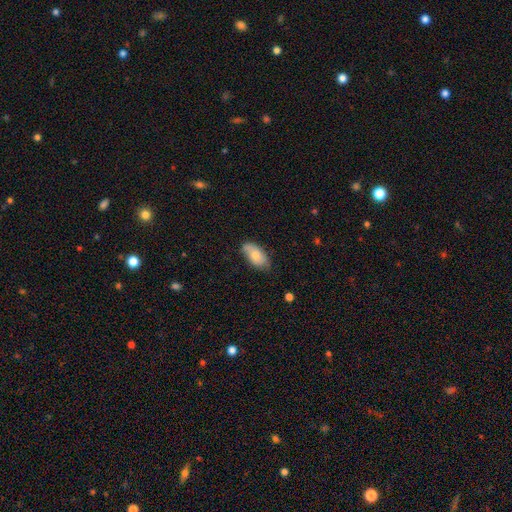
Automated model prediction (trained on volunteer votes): Smooth or featured?
  - smooth: 71% *
  - featured or disk: 23%
  - star or artifact: 6%
How rounded?
  - in between: 93% *
  - cigar-shaped: 4%
  - round: 3%
Merging?
  - none: 69% *
  - minor disturbance: 25%
  - major disturbance: 5%
  - merger: 2%